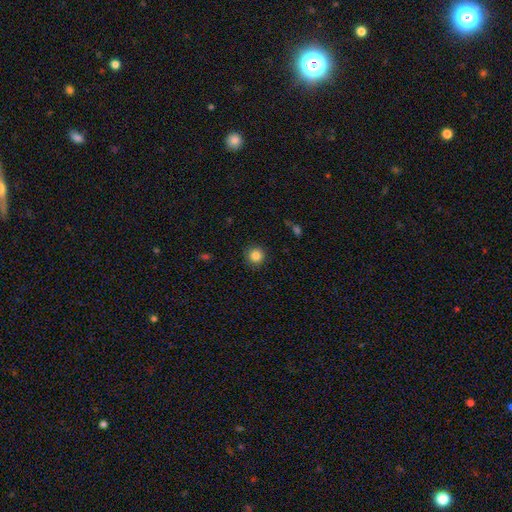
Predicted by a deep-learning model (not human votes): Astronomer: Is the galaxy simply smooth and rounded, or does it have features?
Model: smooth — 85%.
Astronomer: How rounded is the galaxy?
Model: round — 94%.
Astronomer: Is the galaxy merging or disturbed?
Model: none — 90%.